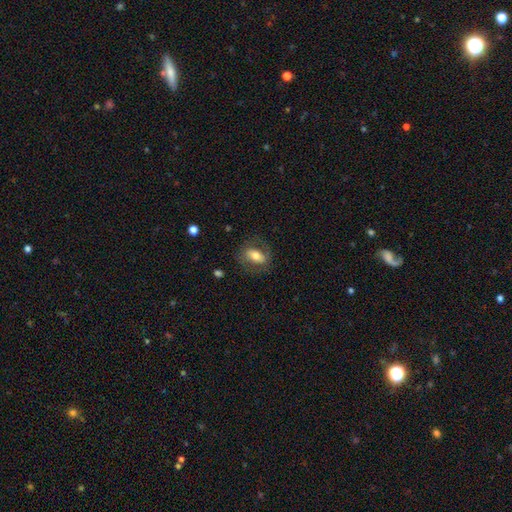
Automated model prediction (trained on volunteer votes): Smooth or featured? smooth (52%)
How rounded? in between (79%)
Merging? none (71%)